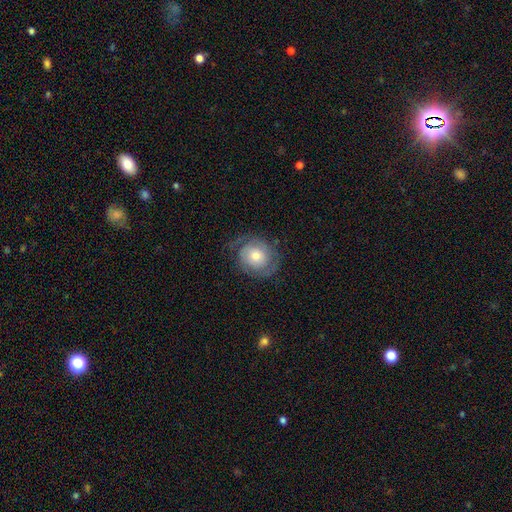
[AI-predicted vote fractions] Smooth or featured? featured or disk (73%)
Edge-on disk? no (97%)
Bar? no (77%)
Spiral arms? yes (91%)
Spiral winding? tight (59%)
Spiral arm count? 2 (72%)
Bulge size? moderate (64%)
Merging? none (75%)